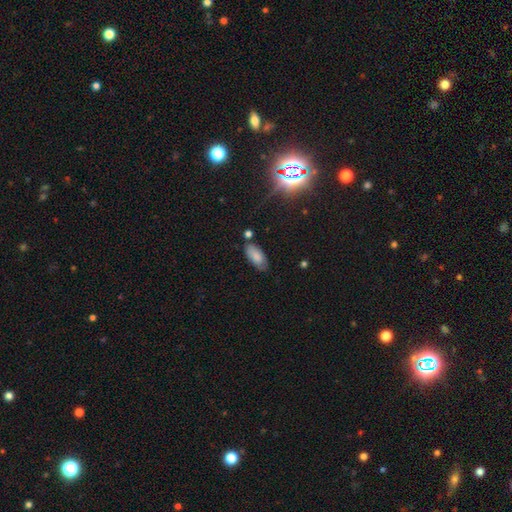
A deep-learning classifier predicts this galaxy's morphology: Smooth or featured: smooth — 81% (featured or disk — 11%)
How rounded: in between — 90% (cigar-shaped — 8%)
Merging: none — 72% (minor disturbance — 20%)